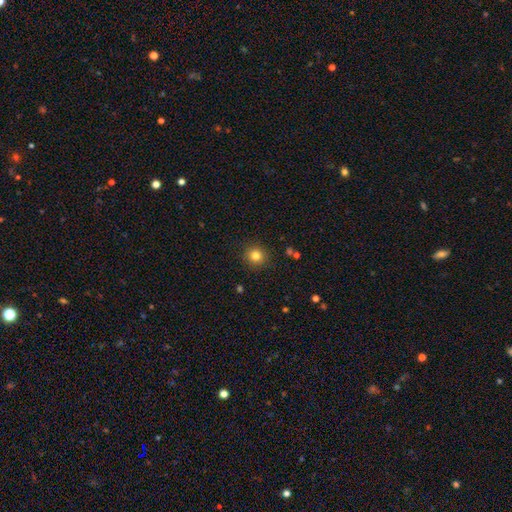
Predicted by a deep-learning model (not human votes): A smooth galaxy with no disk features (81%) that is round (92%). Merging: none (90%).